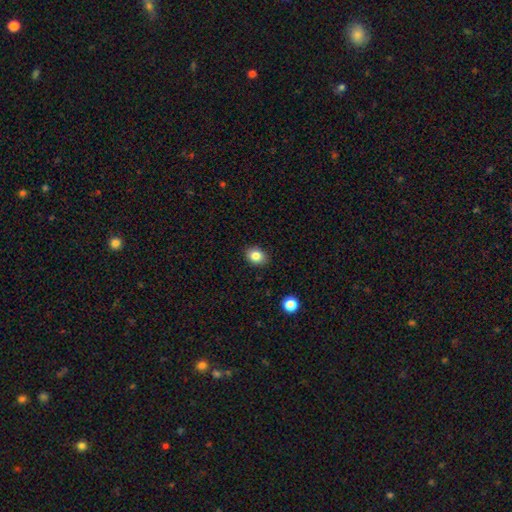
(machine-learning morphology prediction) Q: Smooth or featured?
A: smooth (83%); runner-up: star or artifact (10%)
Q: How rounded?
A: in between (53%); runner-up: round (46%)
Q: Merging?
A: none (88%); runner-up: minor disturbance (9%)